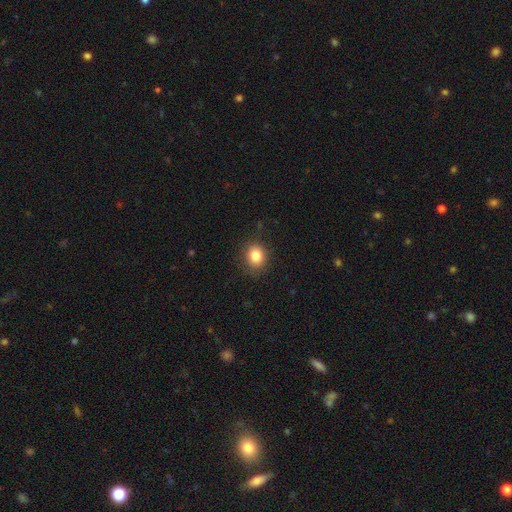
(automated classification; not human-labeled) This is clearly a smooth galaxy (84%). How rounded: likely round (74%). Merging: clearly none (85%).